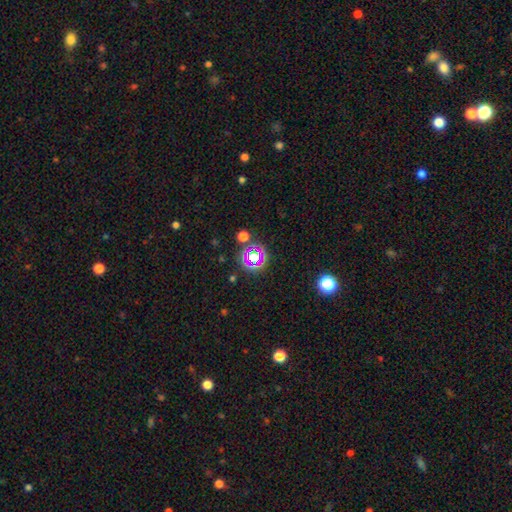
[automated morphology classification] A star or artifact, not a galaxy (57%).

Vote fractions:
- Smooth or featured? star or artifact: 57% / smooth: 32% / featured or disk: 12%